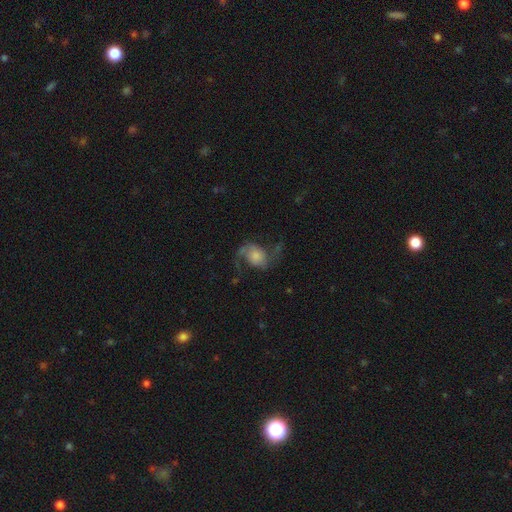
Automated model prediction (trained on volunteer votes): This is likely a featured or disk galaxy (74%). It is clearly not viewed edge-on (97%). Bar: likely no (67%). Spiral arm pattern: clearly yes (94%). Spiral arm count: clearly 2 (91%). Spiral winding: likely loose (69%). Central bulge: marginally large (26%). Merging: likely none (61%).